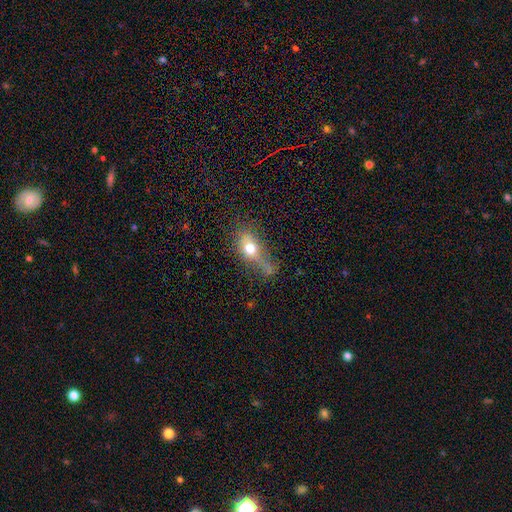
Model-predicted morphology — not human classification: smooth_or_featured: smooth (p=0.55) [alt: featured or disk p=0.27]
how_rounded: in between (p=0.55) [alt: round p=0.26]
merging: none (p=0.36) [alt: minor disturbance p=0.24]